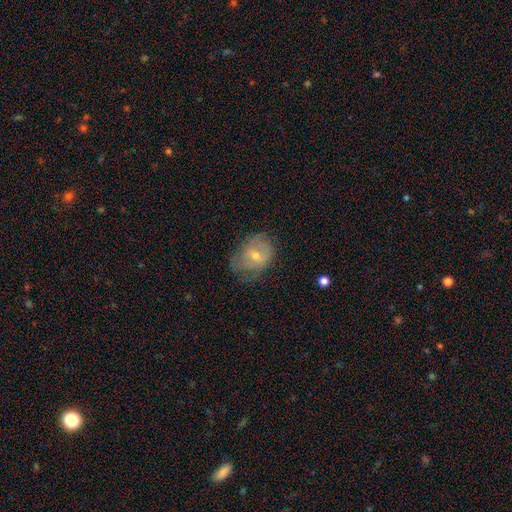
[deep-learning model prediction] Overall: featured or disk (46%; smooth 45%). Merging: none (55%; minor disturbance 29%).